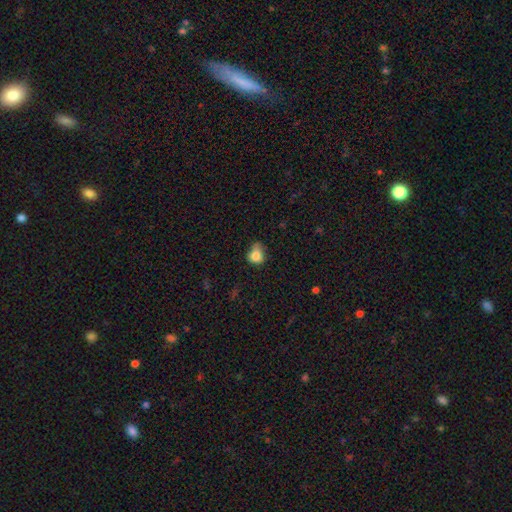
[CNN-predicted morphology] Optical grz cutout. It shows a smooth galaxy with no disk features (80%) that is round (54%). Merging: minor disturbance (42%).